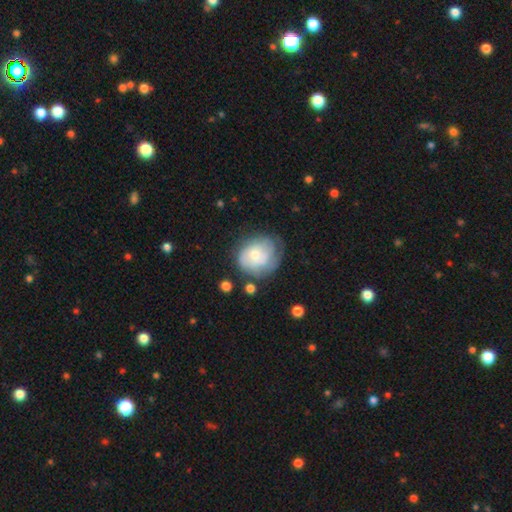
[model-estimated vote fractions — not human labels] Smooth or featured? smooth (47%)
Merging? none (52%)